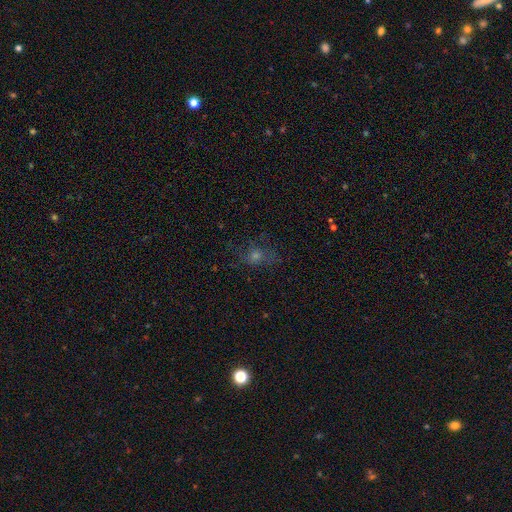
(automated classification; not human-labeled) This is marginally a smooth galaxy (38%). Merging: likely none (67%).